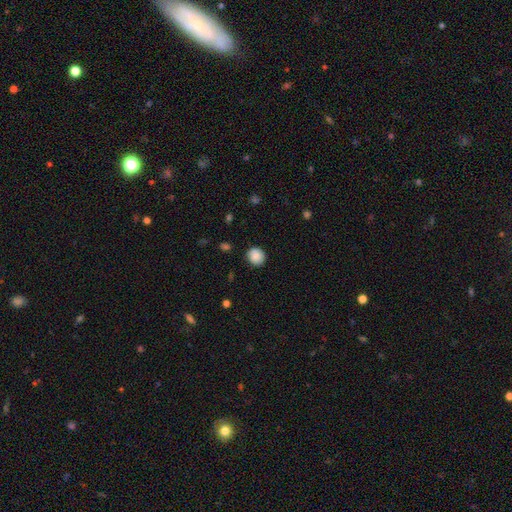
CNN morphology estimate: A smooth galaxy with no disk features (86%) that is round (86%). Merging: none (85%).